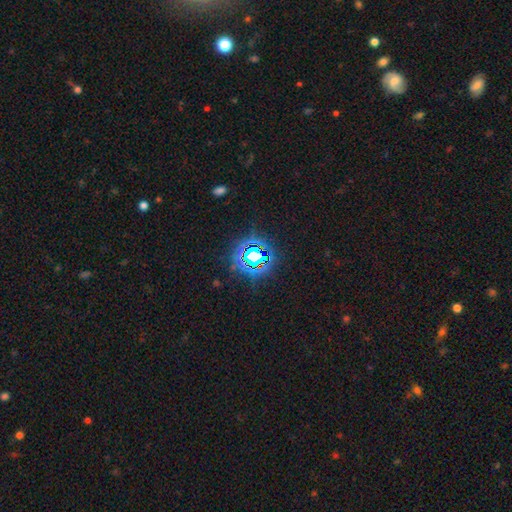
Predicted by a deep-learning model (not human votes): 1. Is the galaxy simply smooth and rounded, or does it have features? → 74% star or artifact, 15% smooth, 11% featured or disk.